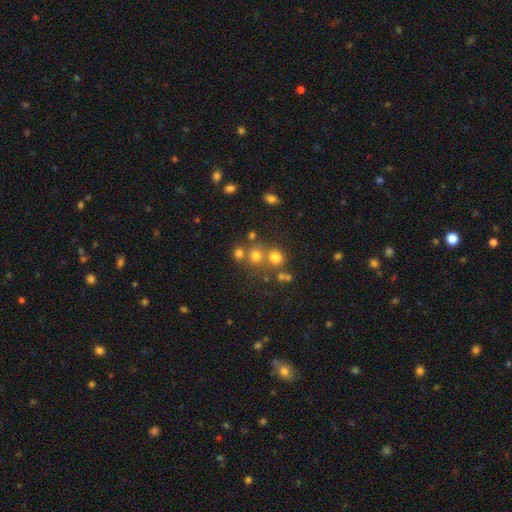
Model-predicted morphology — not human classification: Smooth or featured? smooth (69%)
How rounded? round (88%)
Merging? none (60%)